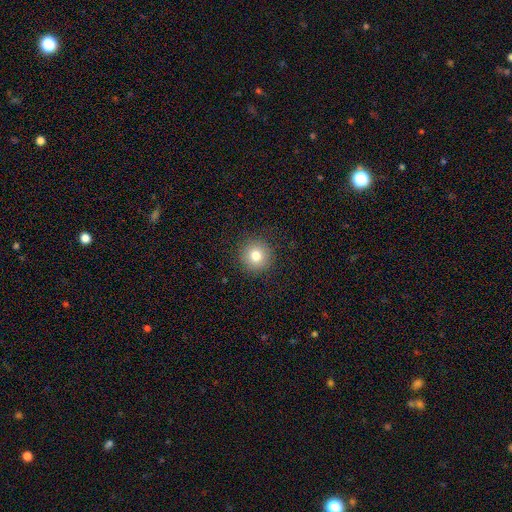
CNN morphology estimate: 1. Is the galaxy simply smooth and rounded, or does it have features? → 79% smooth, 12% star or artifact, 9% featured or disk.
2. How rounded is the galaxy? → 95% round, 4% in between, 1% cigar-shaped.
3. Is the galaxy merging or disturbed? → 91% none, 6% minor disturbance, 2% major disturbance, 1% merger.